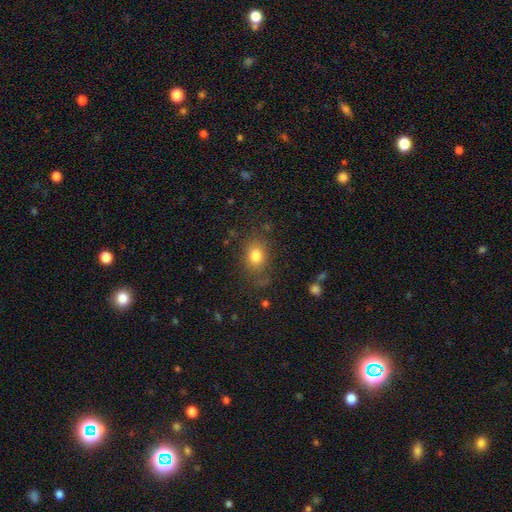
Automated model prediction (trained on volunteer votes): Q: Smooth or featured?
A: smooth (80%); runner-up: star or artifact (11%)
Q: How rounded?
A: in between (58%); runner-up: round (41%)
Q: Merging?
A: none (75%); runner-up: minor disturbance (16%)